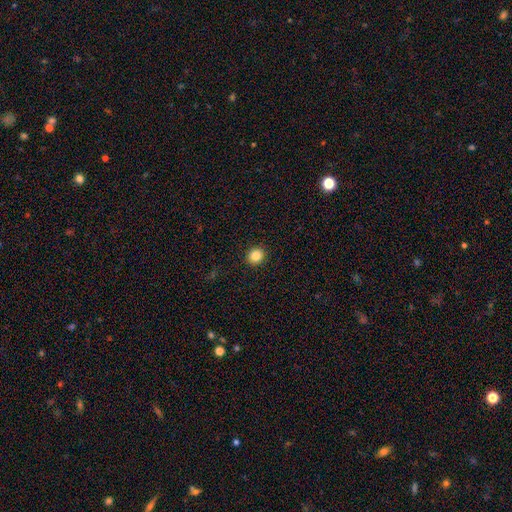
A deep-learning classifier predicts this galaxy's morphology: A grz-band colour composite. It shows a smooth galaxy with no disk features (85%) that is round (86%). Merging: none (93%).